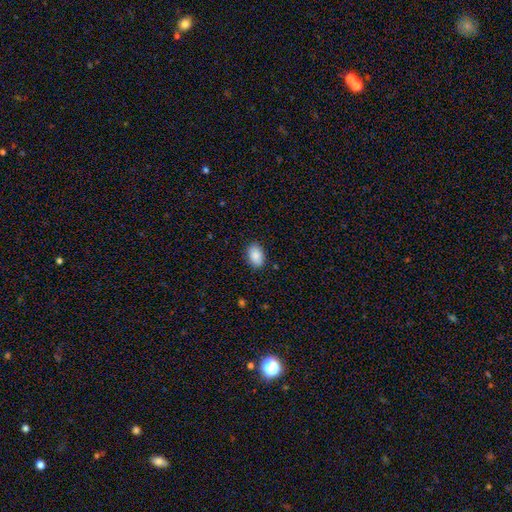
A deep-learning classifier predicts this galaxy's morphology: A smooth galaxy with no disk features (89%) that is in between round and cigar-shaped (87%). Merging: none (87%).